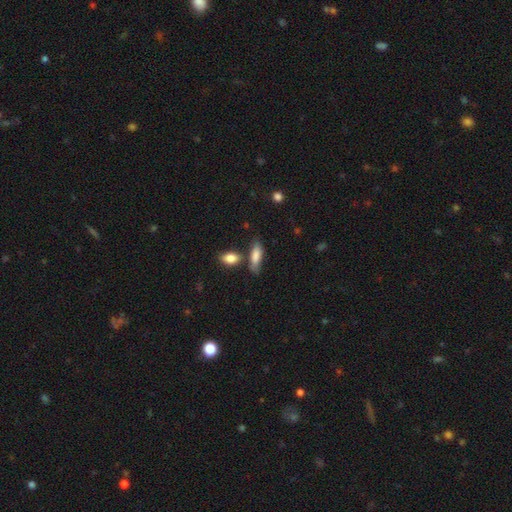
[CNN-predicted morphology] type=smooth (78%); roundness=in between (58%); merging=none (60%).